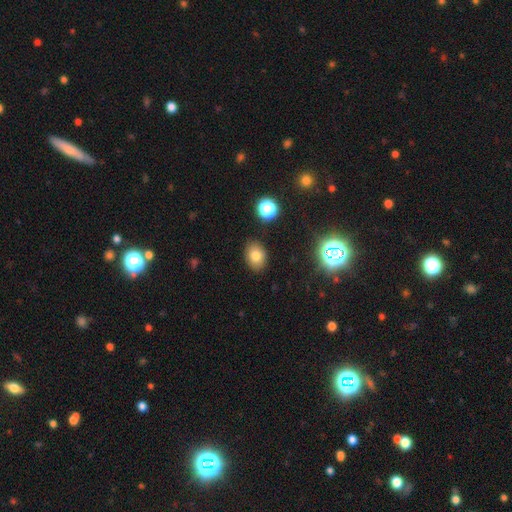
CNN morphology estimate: smooth_or_featured: smooth (p=0.77) [alt: star or artifact p=0.13]
how_rounded: in between (p=0.66) [alt: round p=0.33]
merging: none (p=0.86) [alt: minor disturbance p=0.09]